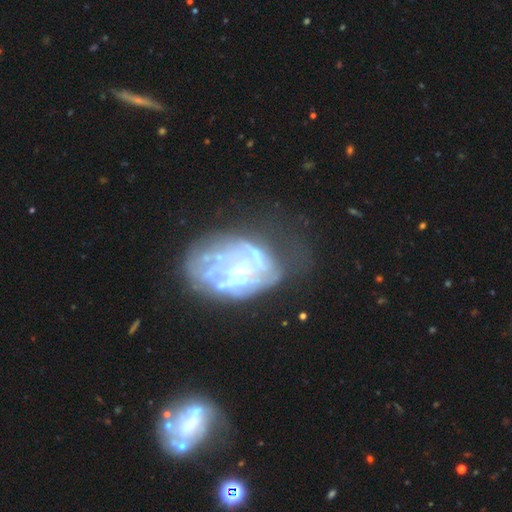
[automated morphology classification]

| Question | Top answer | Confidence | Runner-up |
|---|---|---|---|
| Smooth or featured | featured or disk | 73% | smooth (14%) |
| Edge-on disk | no | 97% | yes (3%) |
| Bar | no | 68% | weak (21%) |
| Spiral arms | no | 66% | yes (34%) |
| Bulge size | none | 42% | moderate (28%) |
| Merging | none | 37% | major disturbance (33%) |